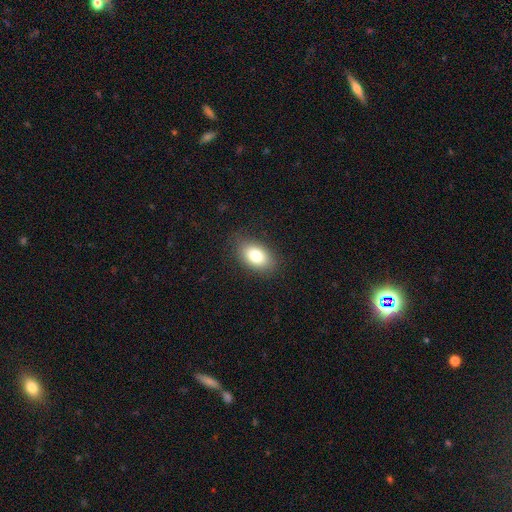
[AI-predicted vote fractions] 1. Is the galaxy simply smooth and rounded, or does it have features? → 81% smooth, 10% featured or disk, 8% star or artifact.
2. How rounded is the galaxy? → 89% in between, 9% round, 2% cigar-shaped.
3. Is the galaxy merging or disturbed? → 84% none, 12% minor disturbance, 3% major disturbance, 1% merger.